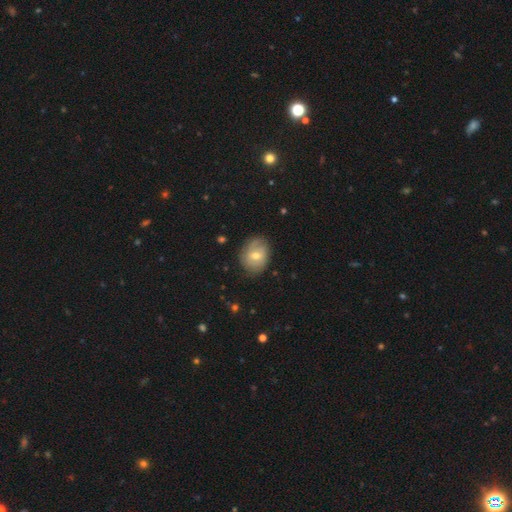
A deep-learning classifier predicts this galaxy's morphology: Overall: smooth (48%; featured or disk 42%). Merging: none (75%).